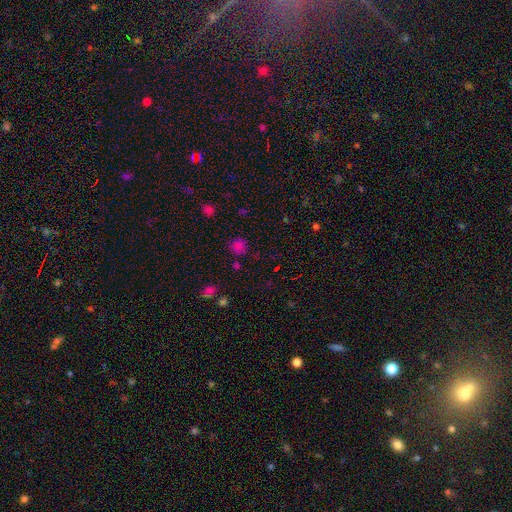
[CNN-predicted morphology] smooth 58%, star or artifact 37%, featured or disk 5%. Down the decision tree: how rounded — round (85%); merging — none (80%).